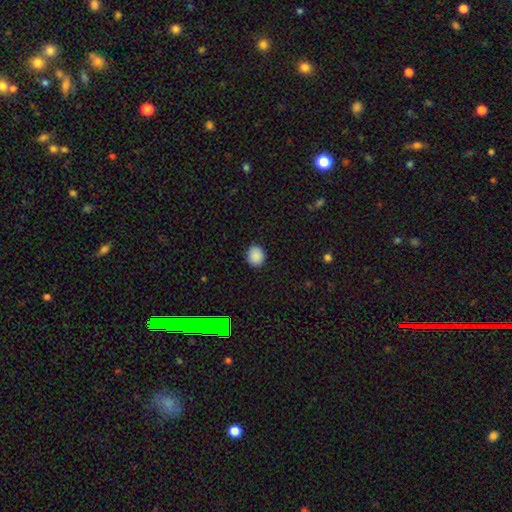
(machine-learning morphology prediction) smooth_or_featured: smooth (p=0.88) [alt: star or artifact p=0.09]
how_rounded: round (p=0.72) [alt: in between p=0.27]
merging: none (p=0.89) [alt: minor disturbance p=0.08]